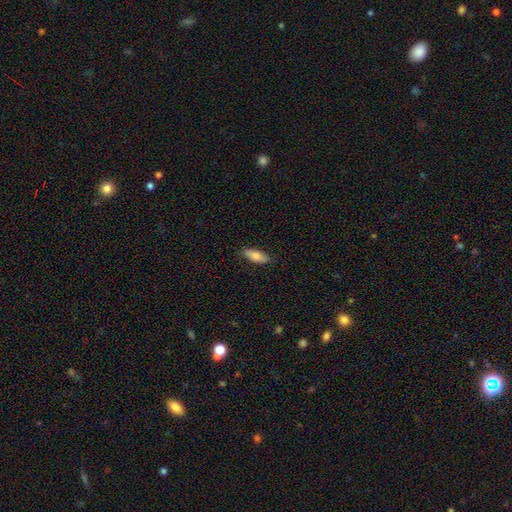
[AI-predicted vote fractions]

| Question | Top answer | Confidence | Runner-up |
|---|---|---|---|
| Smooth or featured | smooth | 77% | featured or disk (17%) |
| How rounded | in between | 78% | cigar-shaped (20%) |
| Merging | none | 83% | minor disturbance (14%) |